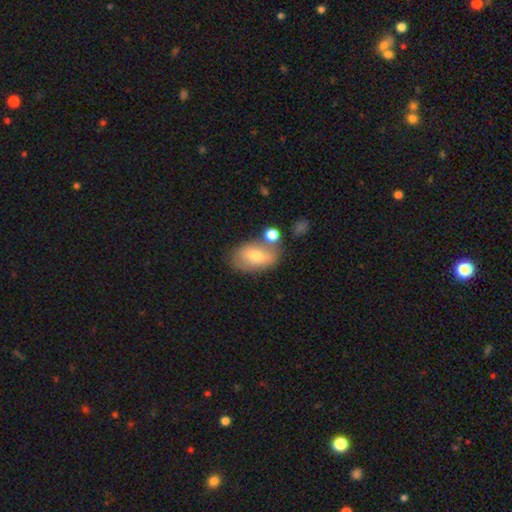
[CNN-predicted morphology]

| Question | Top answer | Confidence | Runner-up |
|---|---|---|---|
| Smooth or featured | smooth | 63% | featured or disk (28%) |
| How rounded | in between | 87% | round (10%) |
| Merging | none | 60% | minor disturbance (17%) |